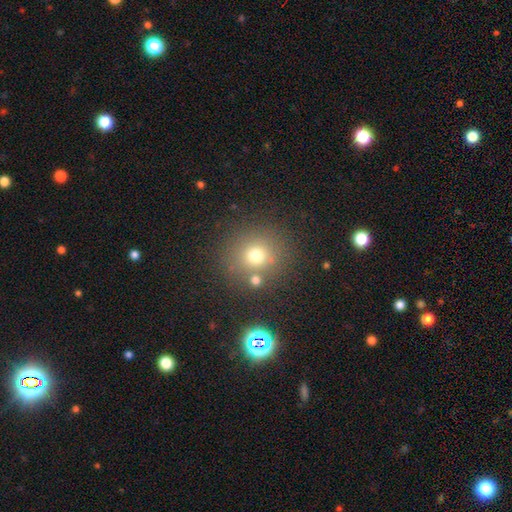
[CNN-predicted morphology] smooth_or_featured: smooth (p=0.70) [alt: star or artifact p=0.19]
how_rounded: round (p=0.88) [alt: in between p=0.11]
merging: none (p=0.76) [alt: merger p=0.11]